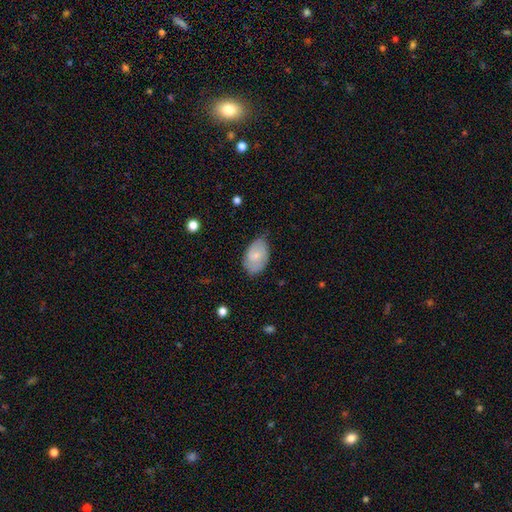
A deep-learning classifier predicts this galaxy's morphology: Smooth or featured? Predicted: smooth (p=0.61). How rounded? Predicted: in between (p=0.89). Merging? Predicted: none (p=0.63).